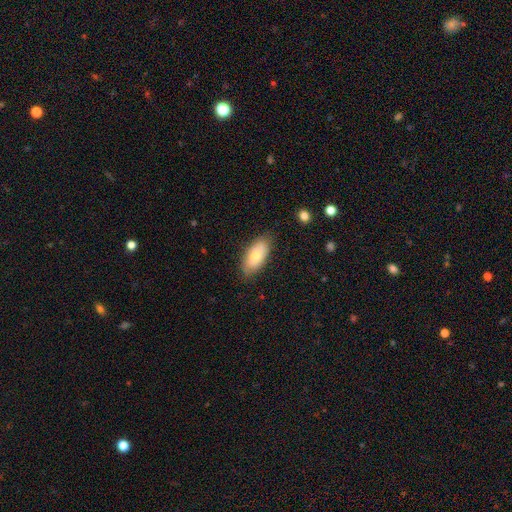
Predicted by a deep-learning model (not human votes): The model was most divided on "smooth or featured": smooth: 72%, featured or disk: 22%, star or artifact: 7%. More confident: how rounded — in between (91%); merging — none (81%).